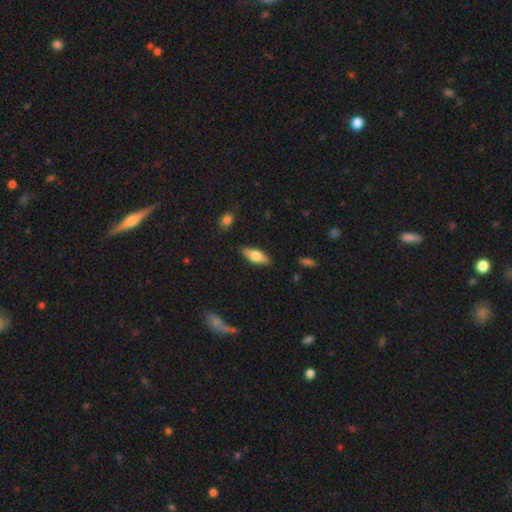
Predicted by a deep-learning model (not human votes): Smooth or featured? smooth (70%)
How rounded? in between (72%)
Merging? none (86%)